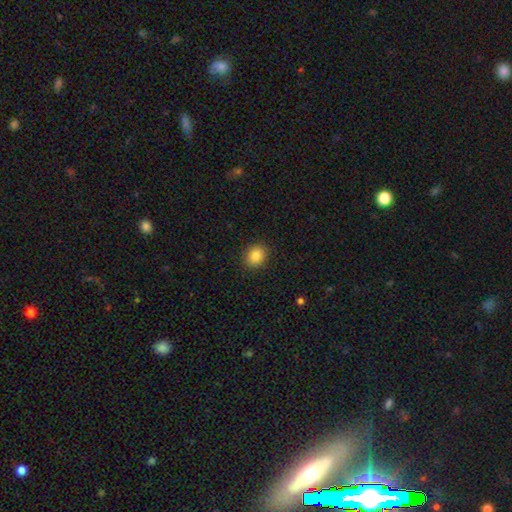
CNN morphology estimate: The model was most divided on "how rounded": round: 67%, in between: 32%, cigar-shaped: 1%. More confident: merging — none (89%); smooth or featured — smooth (86%).